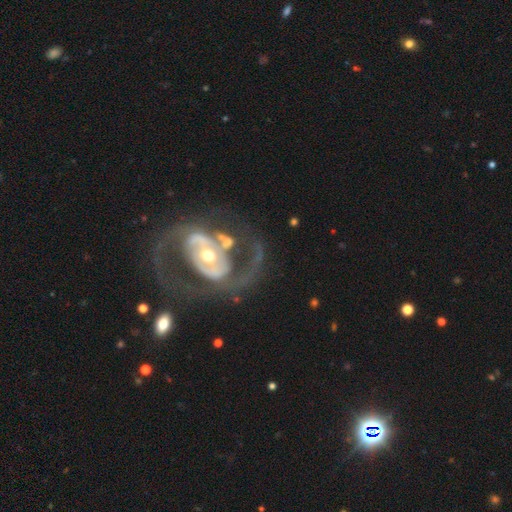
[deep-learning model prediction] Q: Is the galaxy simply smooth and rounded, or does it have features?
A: featured or disk — 90%.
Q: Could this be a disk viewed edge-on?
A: no — 97%.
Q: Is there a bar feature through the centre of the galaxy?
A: no — 36%.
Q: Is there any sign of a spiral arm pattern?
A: yes — 90%.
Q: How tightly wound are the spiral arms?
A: medium — 55%.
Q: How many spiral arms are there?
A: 2 — 90%.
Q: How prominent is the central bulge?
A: small — 47%.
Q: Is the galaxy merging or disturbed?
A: none — 63%.